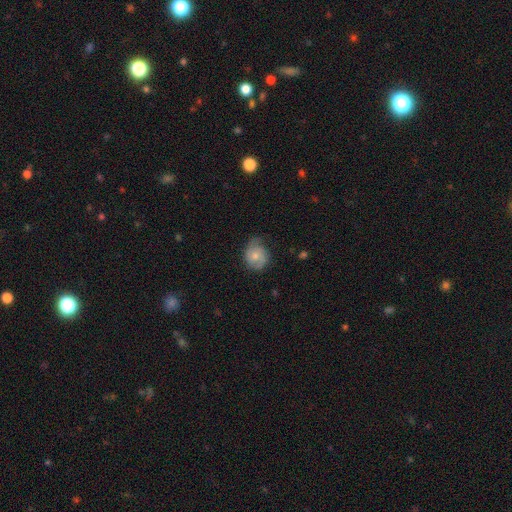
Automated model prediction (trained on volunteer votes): featured or disk 54%, smooth 39%, star or artifact 7%. Down the decision tree: edge-on disk — no (97%); bar — no (74%); spiral arms — yes (87%); bulge size — moderate (47%); merging — none (59%).